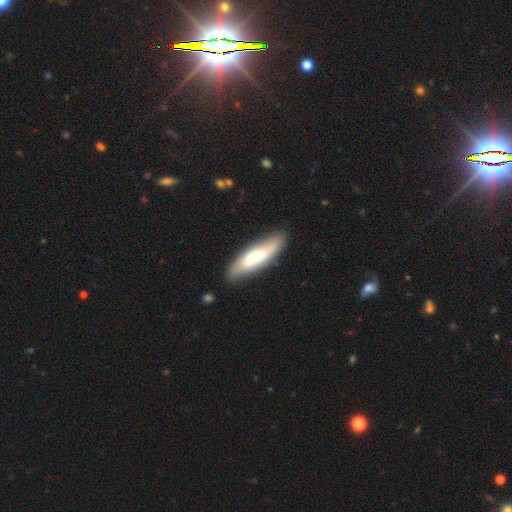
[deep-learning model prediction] The model was most divided on "smooth or featured": smooth: 50%, featured or disk: 45%, star or artifact: 5%. More confident: merging — none (82%).